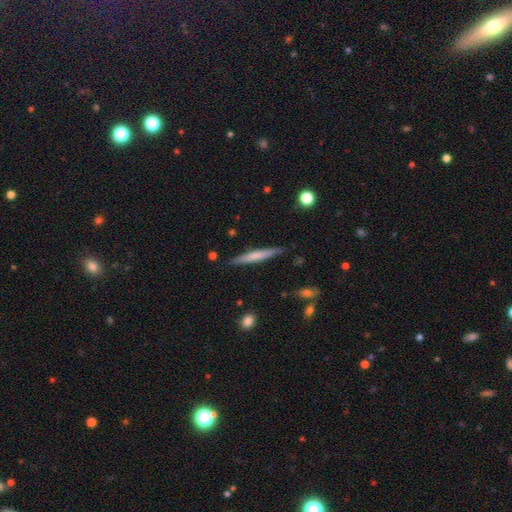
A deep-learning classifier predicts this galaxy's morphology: Overall: smooth (55%; featured or disk 40%). How rounded: cigar-shaped (95%). Merging: none (88%).